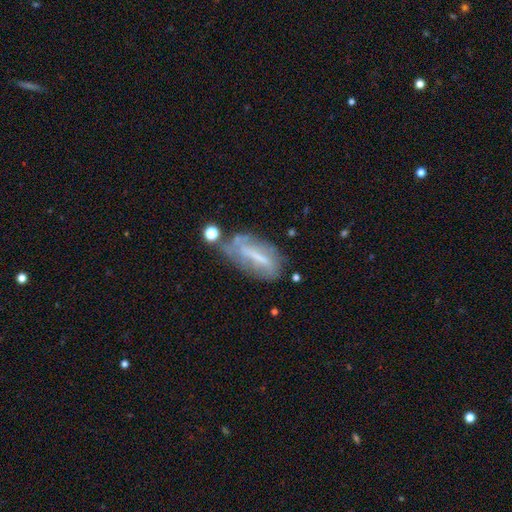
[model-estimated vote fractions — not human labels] Smooth or featured: featured or disk — 56% (smooth — 34%)
Edge-on disk: no — 77% (yes — 23%)
Merging: none — 43% (minor disturbance — 28%)